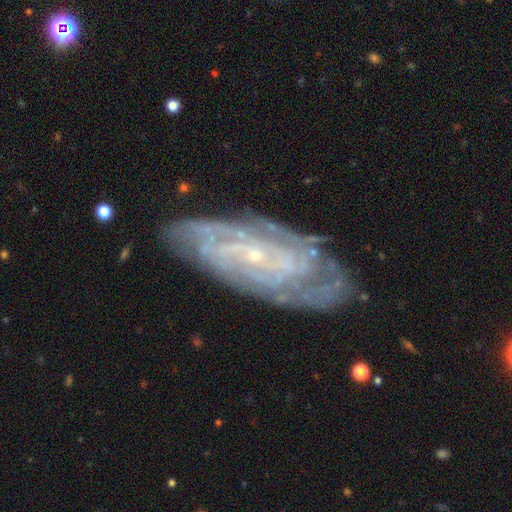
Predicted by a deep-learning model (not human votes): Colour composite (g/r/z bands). It shows a featured or disk galaxy (86%) with no bar (64%), tight (74%) spiral arms (95%) and a small central bulge (87%). Merging: none (78%).